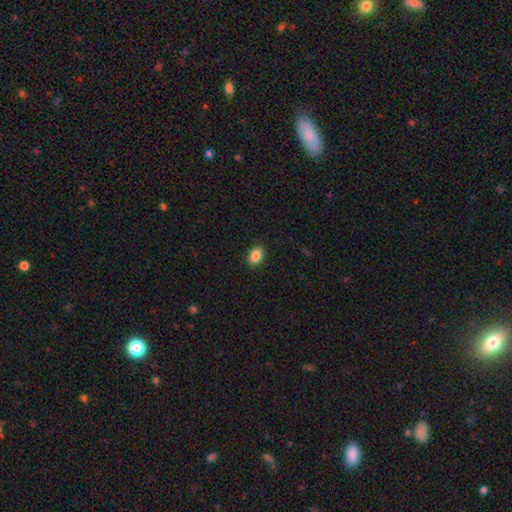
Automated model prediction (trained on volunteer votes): Smooth or featured? smooth (88%)
How rounded? in between (83%)
Merging? none (90%)